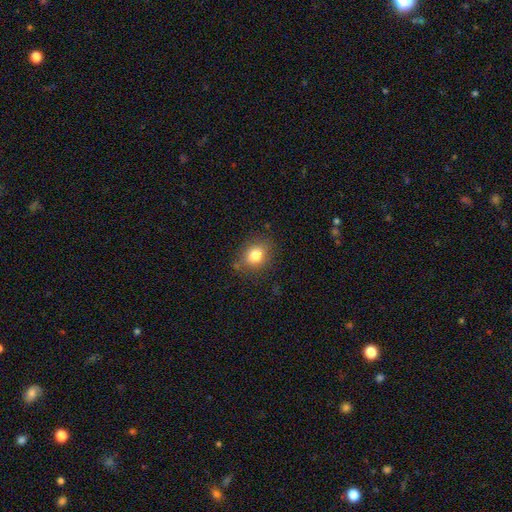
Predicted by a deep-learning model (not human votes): smooth-or-featured: smooth: 81% | star or artifact: 11% | featured or disk: 8%
  how-rounded: round: 54% | in between: 45% | cigar-shaped: 1%
  merging: none: 81% | minor disturbance: 13% | major disturbance: 4% | merger: 2%